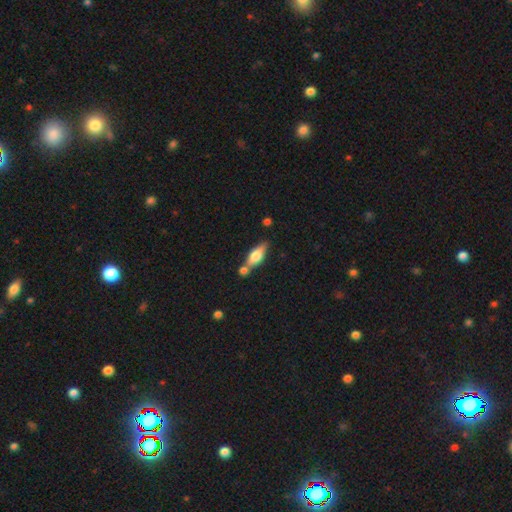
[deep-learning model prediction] A smooth galaxy with no disk features (61%) that is in between round and cigar-shaped (63%). Merging: none (55%).